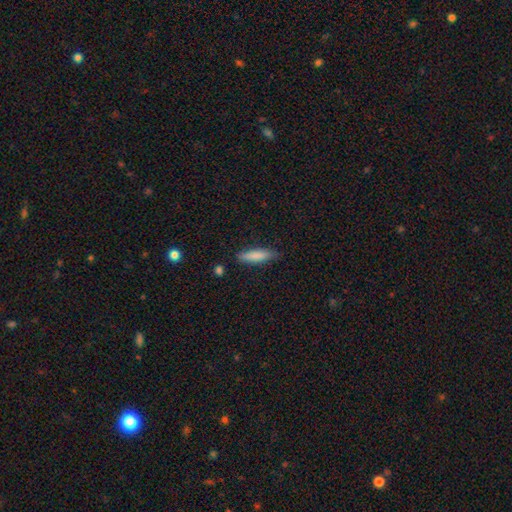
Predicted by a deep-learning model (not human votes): Overall: smooth (80%). How rounded: cigar-shaped (75%). Merging: none (83%).